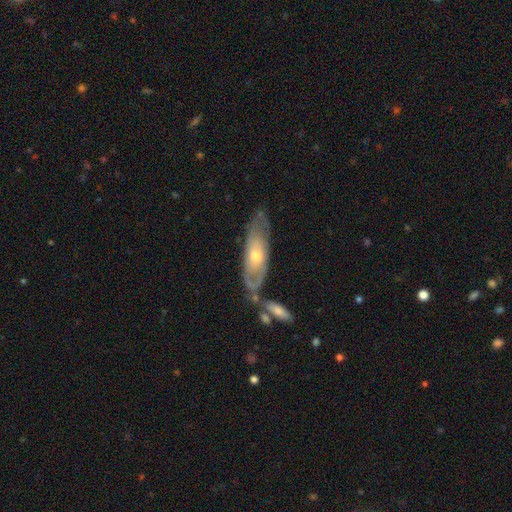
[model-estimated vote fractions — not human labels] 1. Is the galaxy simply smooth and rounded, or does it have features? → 62% featured or disk, 32% smooth, 6% star or artifact.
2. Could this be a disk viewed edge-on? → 74% no, 26% yes.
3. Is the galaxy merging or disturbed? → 59% none, 21% minor disturbance, 11% merger, 9% major disturbance.